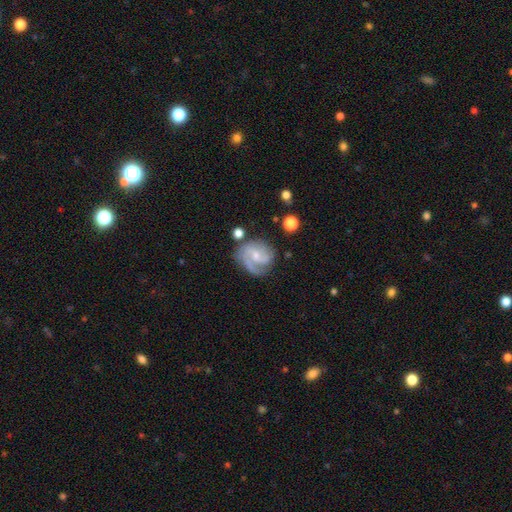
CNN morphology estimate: A featured or disk galaxy (79%) with no bar (51%), 2 (40%) medium (44%) spiral arms (95%) and a small central bulge (59%).

Vote fractions:
- Smooth or featured? featured or disk: 79% / smooth: 15% / star or artifact: 6%
- Edge-on disk? no: 98% / yes: 2%
- Bar? no: 51% / weak: 42% / strong: 7%
- Spiral arms? yes: 95% / no: 5%
- Spiral winding? medium: 44% / tight: 40% / loose: 16%
- Spiral arm count? 2: 40% / 3: 21% / 1: 18% / can't tell: 15% / 4: 3% / more than 4: 3%
- Bulge size? small: 59% / moderate: 32% / none: 6% / large: 2% / dominant: 1%
- Merging? none: 63% / minor disturbance: 21% / major disturbance: 12% / merger: 4%